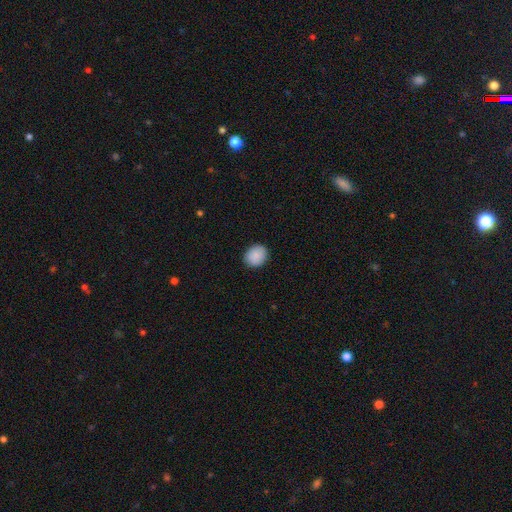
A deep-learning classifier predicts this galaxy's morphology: Smooth or featured? smooth (89%)
How rounded? round (60%)
Merging? none (89%)